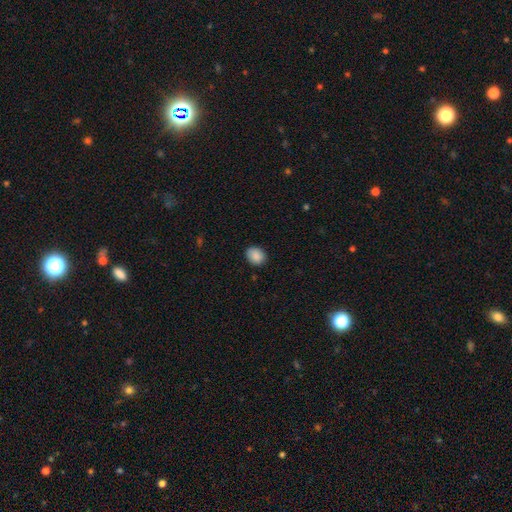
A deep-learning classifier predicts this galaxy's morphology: A smooth galaxy with no disk features (88%) that is round (54%).

Vote fractions:
- Smooth or featured? smooth: 88% / star or artifact: 8% / featured or disk: 4%
- How rounded? round: 54% / in between: 45% / cigar-shaped: 1%
- Merging? none: 86% / minor disturbance: 11% / major disturbance: 2% / merger: 1%